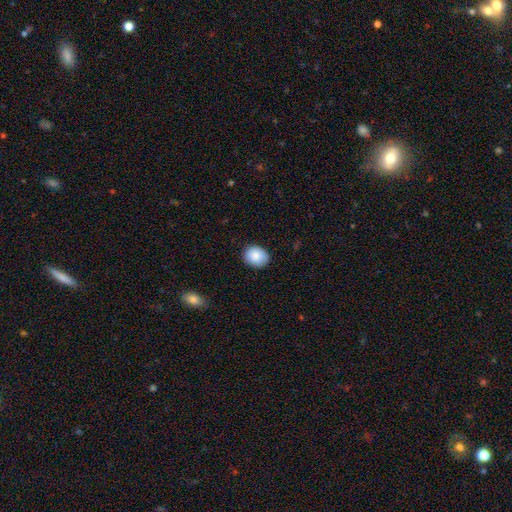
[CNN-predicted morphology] The model was most divided on "how rounded": round: 57%, in between: 42%, cigar-shaped: 1%. More confident: smooth or featured — smooth (87%); merging — none (87%).